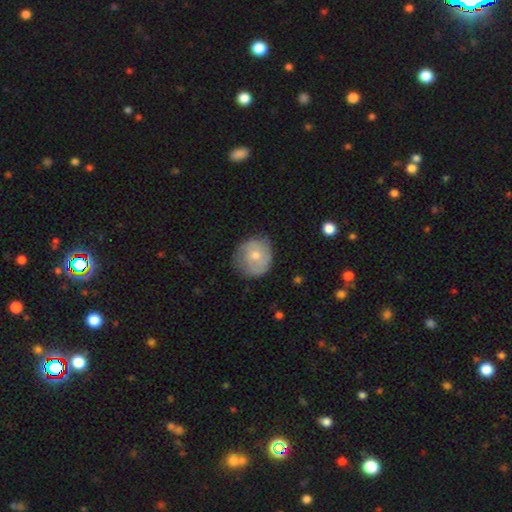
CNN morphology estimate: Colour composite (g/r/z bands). It shows a smooth galaxy with no disk features (62%) that is round (82%). Merging: none (67%).